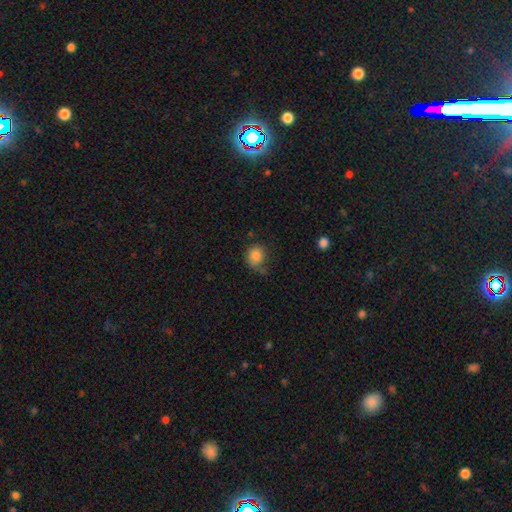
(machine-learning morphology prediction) Smooth or featured? smooth (83%)
How rounded? round (73%)
Merging? none (60%)